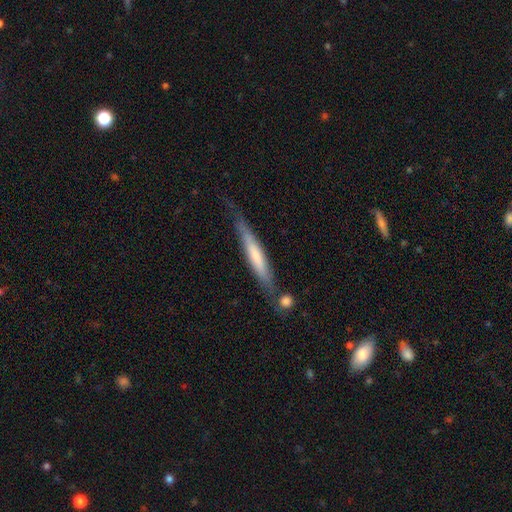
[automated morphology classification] Smooth or featured: smooth — 54% (featured or disk — 41%)
How rounded: cigar-shaped — 92% (in between — 6%)
Merging: none — 63% (minor disturbance — 21%)